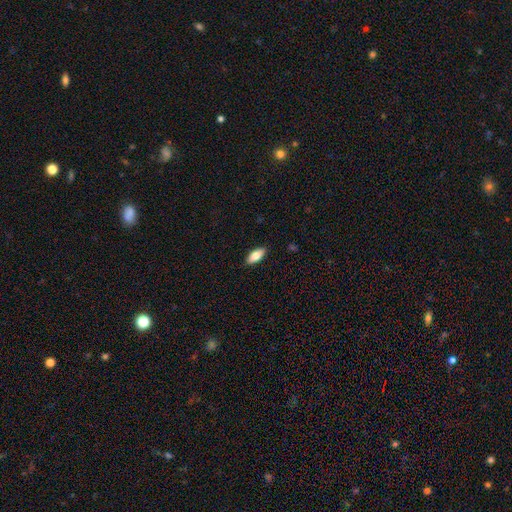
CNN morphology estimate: smooth-or-featured: smooth: 78% | featured or disk: 15% | star or artifact: 6%
  how-rounded: in between: 82% | cigar-shaped: 16% | round: 2%
  merging: none: 89% | minor disturbance: 9% | major disturbance: 2% | merger: 1%